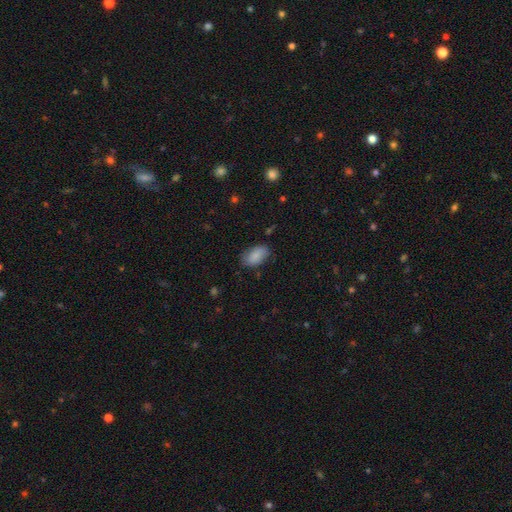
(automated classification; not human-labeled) smooth 84%, featured or disk 9%, star or artifact 7%. Down the decision tree: how rounded — in between (92%); merging — none (77%).